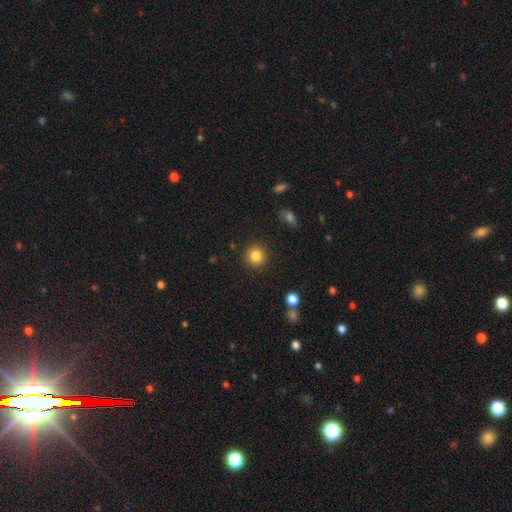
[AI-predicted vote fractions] This is clearly a smooth galaxy (83%). How rounded: clearly round (93%). Merging: clearly none (91%).